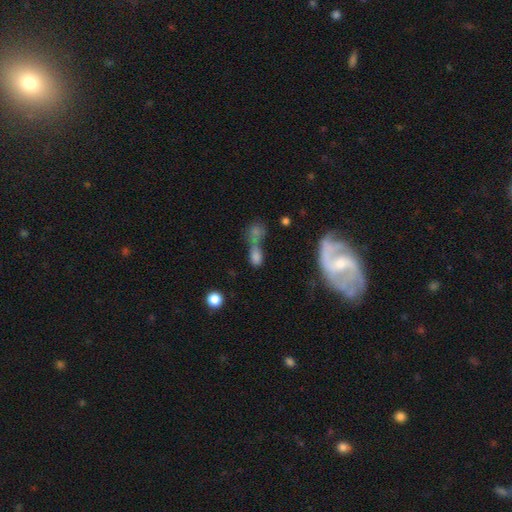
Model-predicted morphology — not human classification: smooth-or-featured: smooth: 63% | featured or disk: 20% | star or artifact: 17%
  how-rounded: in between: 61% | round: 25% | cigar-shaped: 14%
  merging: merger: 53% | none: 24% | major disturbance: 12% | minor disturbance: 11%